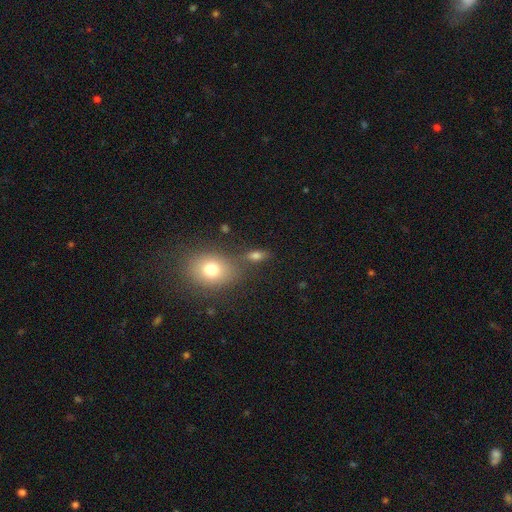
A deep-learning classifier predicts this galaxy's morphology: Smooth or featured: smooth — 74% (star or artifact — 14%)
How rounded: in between — 73% (round — 18%)
Merging: none — 65% (merger — 17%)